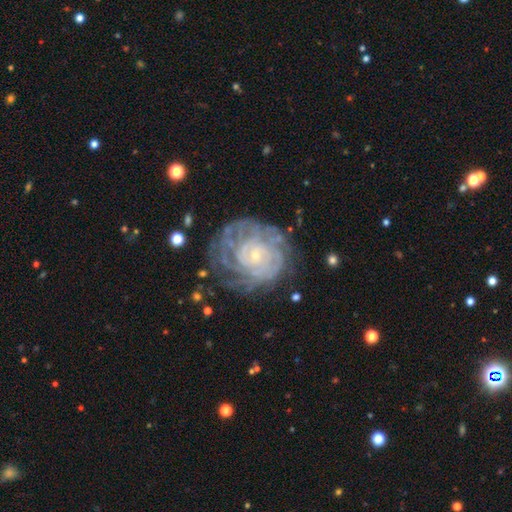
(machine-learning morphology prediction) A featured or disk galaxy (85%) with no bar (79%), tight (80%) spiral arms (94%) and a small central bulge (84%). Merging: none (67%).